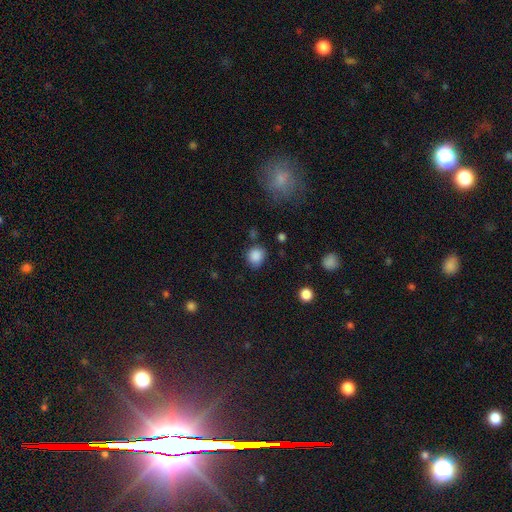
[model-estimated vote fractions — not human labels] Smooth or featured?
  - smooth: 86% *
  - star or artifact: 10%
  - featured or disk: 4%
How rounded?
  - round: 79% *
  - in between: 20%
  - cigar-shaped: 1%
Merging?
  - none: 77% *
  - minor disturbance: 16%
  - major disturbance: 4%
  - merger: 4%